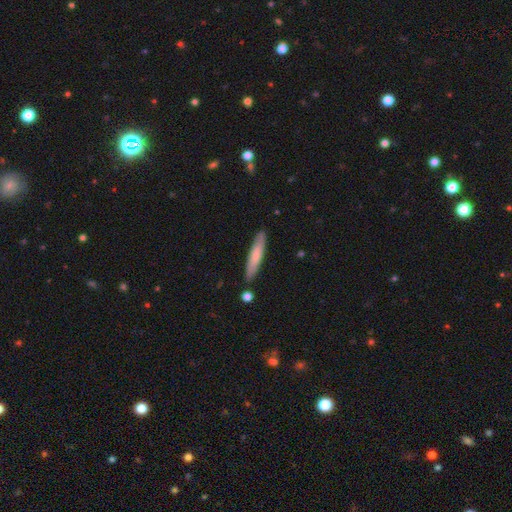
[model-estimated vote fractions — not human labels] This appears to be a smooth galaxy with no disk features (70%) that is cigar-shaped (90%). Merging: none (85%).